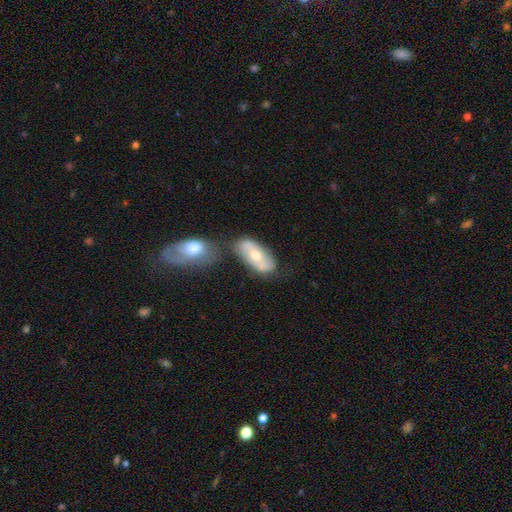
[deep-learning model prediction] Smooth or featured?
  - featured or disk: 48% *
  - smooth: 45%
  - star or artifact: 6%
Merging?
  - none: 51% *
  - merger: 28%
  - minor disturbance: 16%
  - major disturbance: 5%